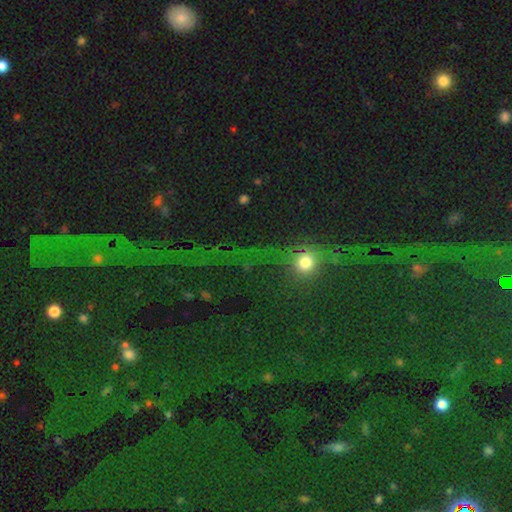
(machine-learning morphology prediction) Q: Smooth or featured?
A: star or artifact (53%); runner-up: smooth (31%)